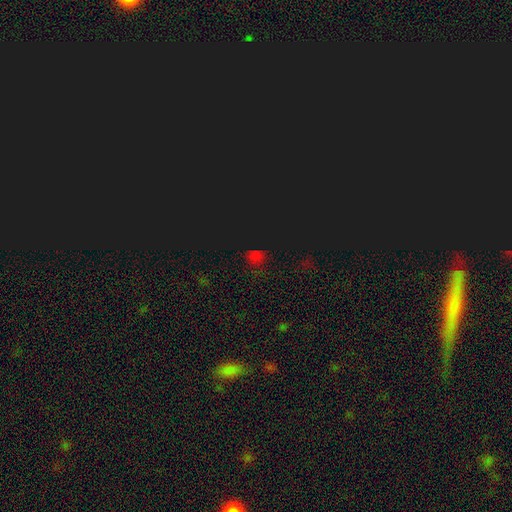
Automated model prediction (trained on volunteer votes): smooth-or-featured: star or artifact: 67% | smooth: 27% | featured or disk: 5%